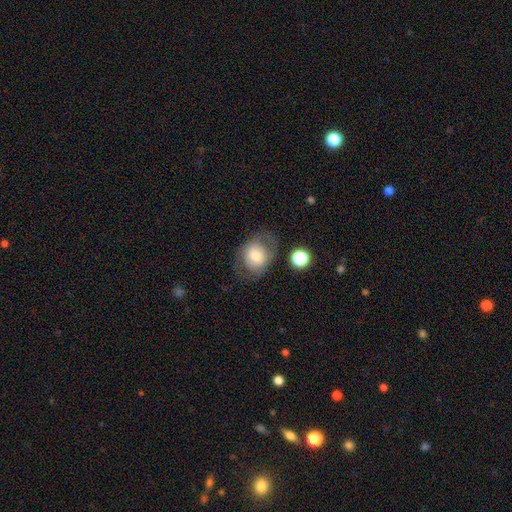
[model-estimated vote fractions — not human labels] Morphology: type=smooth (67%); roundness=round (56%); merging=none (61%).